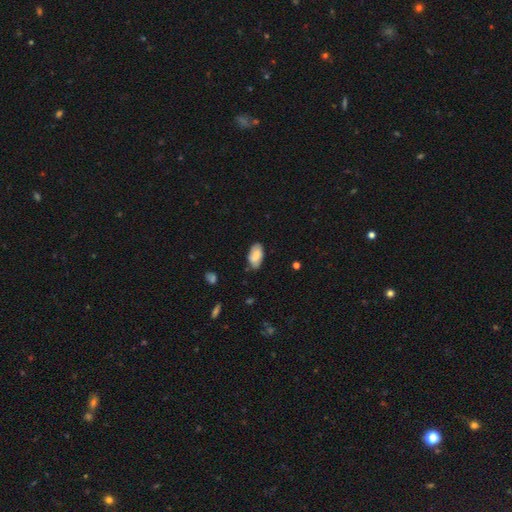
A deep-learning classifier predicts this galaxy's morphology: Smooth or featured: smooth — 75% (featured or disk — 18%)
How rounded: in between — 94% (cigar-shaped — 3%)
Merging: none — 74% (minor disturbance — 21%)